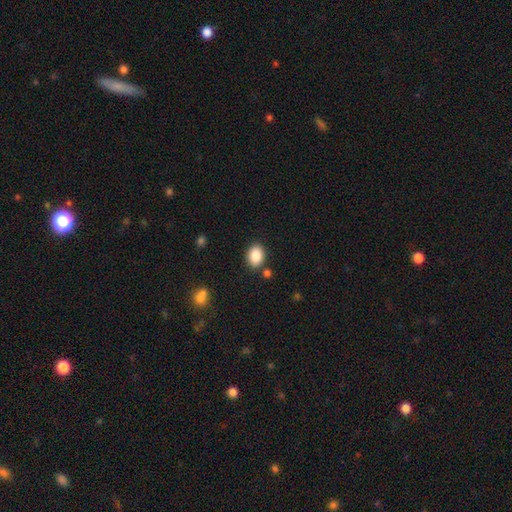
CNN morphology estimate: Overall: smooth (87%). How rounded: in between (72%). Merging: none (82%).